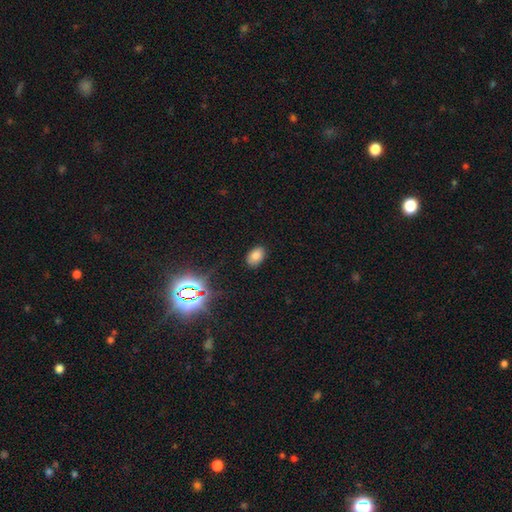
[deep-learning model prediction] Overall: smooth (78%). How rounded: in between (87%). Merging: none (85%).